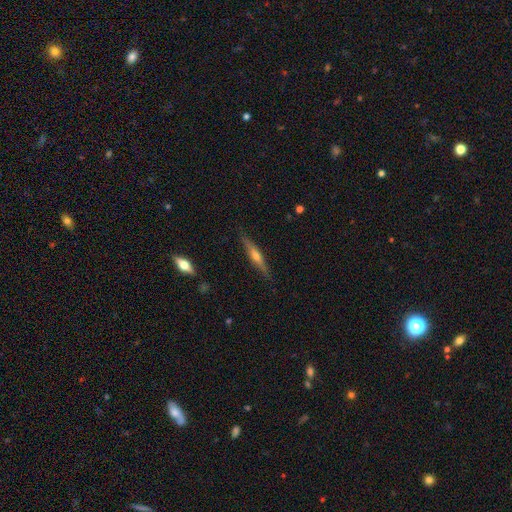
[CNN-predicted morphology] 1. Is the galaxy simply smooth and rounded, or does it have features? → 65% featured or disk, 28% smooth, 7% star or artifact.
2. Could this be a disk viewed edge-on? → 96% yes, 4% no.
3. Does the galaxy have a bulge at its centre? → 85% rounded, 8% none, 6% boxy.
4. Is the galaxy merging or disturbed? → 86% none, 11% minor disturbance, 2% major disturbance, 1% merger.